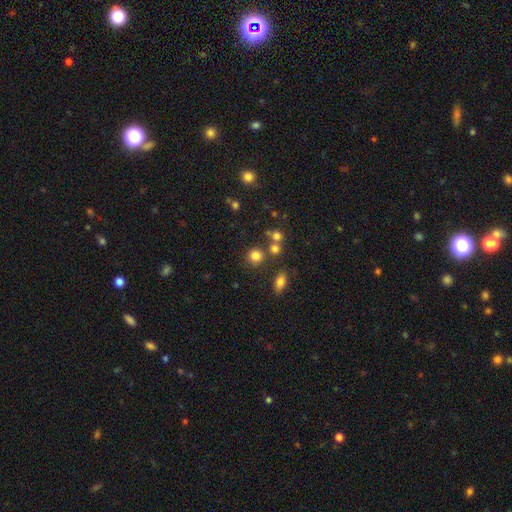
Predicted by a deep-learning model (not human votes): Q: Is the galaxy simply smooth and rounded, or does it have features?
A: smooth — 80%.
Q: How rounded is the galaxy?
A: round — 86%.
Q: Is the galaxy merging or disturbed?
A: none — 74%.